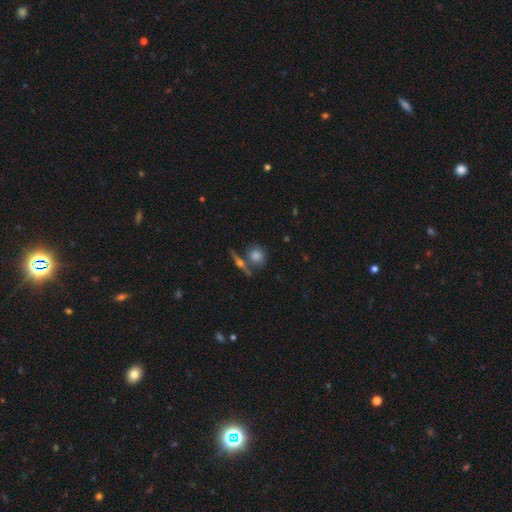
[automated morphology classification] Smooth or featured? Predicted: smooth (p=0.63). How rounded? Predicted: round (p=0.80). Merging? Predicted: none (p=0.65).